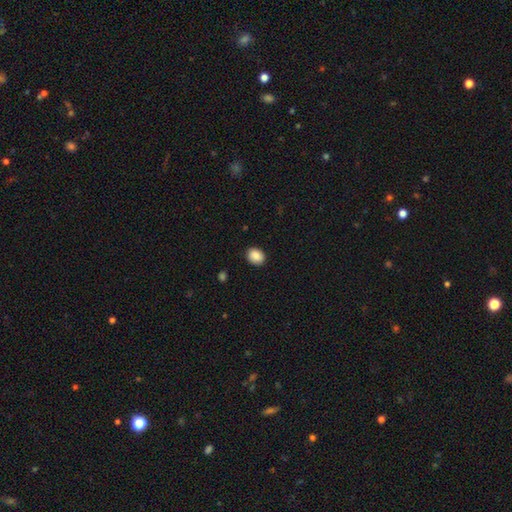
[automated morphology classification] smooth 88%, star or artifact 8%, featured or disk 4%. Down the decision tree: how rounded — in between (50%); merging — none (89%).